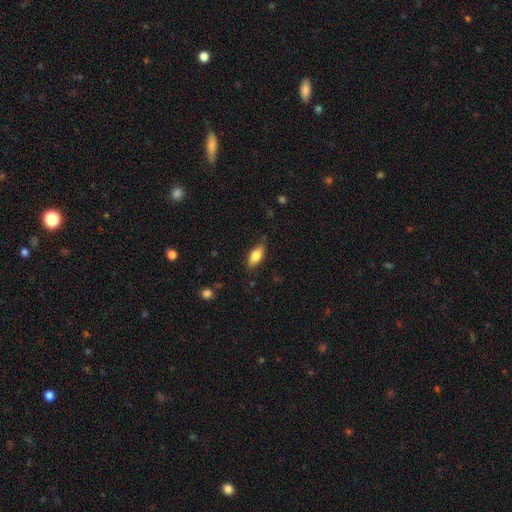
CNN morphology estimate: Smooth or featured? smooth (78%)
How rounded? in between (84%)
Merging? none (79%)